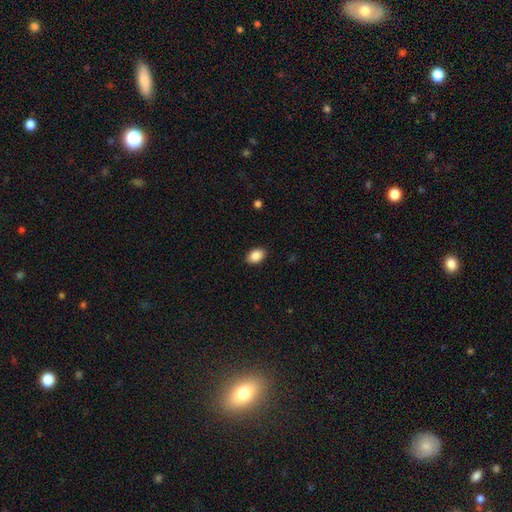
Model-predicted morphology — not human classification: A smooth galaxy with no disk features (88%) that is in between round and cigar-shaped (83%). Merging: none (89%).